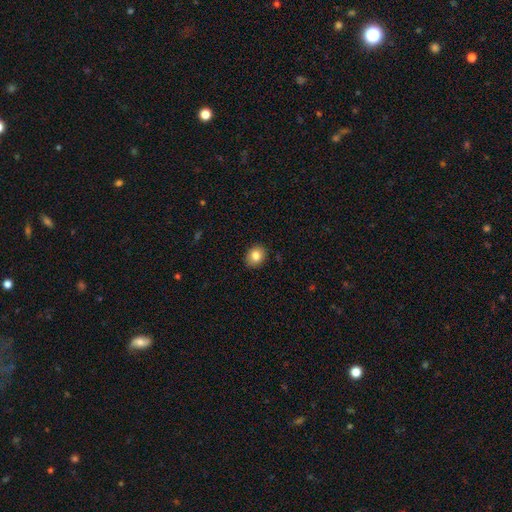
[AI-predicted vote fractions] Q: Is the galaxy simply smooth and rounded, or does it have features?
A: smooth — 84%.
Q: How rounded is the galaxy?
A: round — 55%.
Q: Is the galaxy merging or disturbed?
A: none — 88%.